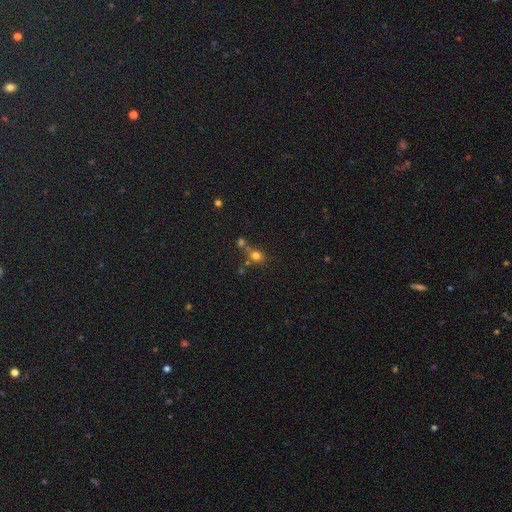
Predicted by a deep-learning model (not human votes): smooth-or-featured: smooth: 71% | star or artifact: 18% | featured or disk: 11%
  how-rounded: round: 75% | in between: 23% | cigar-shaped: 2%
  merging: none: 48% | merger: 35% | minor disturbance: 11% | major disturbance: 6%